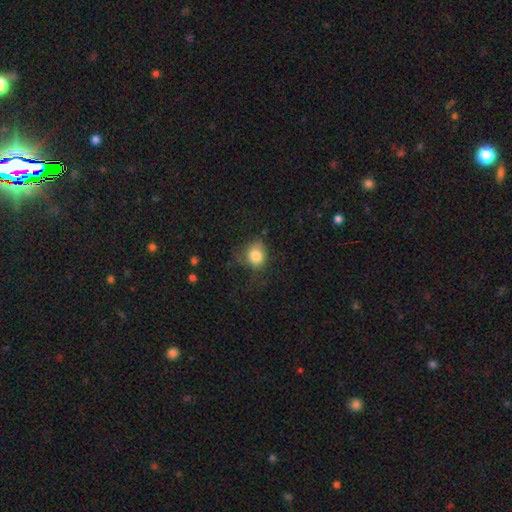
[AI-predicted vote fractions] smooth 82%, star or artifact 10%, featured or disk 8%. Down the decision tree: how rounded — round (68%); merging — none (58%).